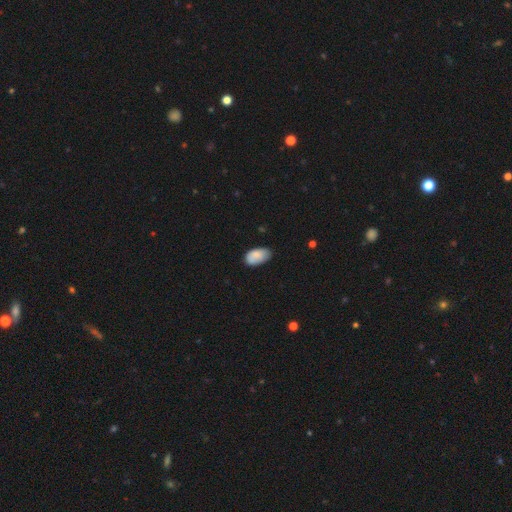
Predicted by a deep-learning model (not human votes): Smooth or featured?
  - smooth: 83% *
  - featured or disk: 10%
  - star or artifact: 7%
How rounded?
  - in between: 95% *
  - round: 4%
  - cigar-shaped: 2%
Merging?
  - none: 66% *
  - minor disturbance: 28%
  - major disturbance: 5%
  - merger: 2%